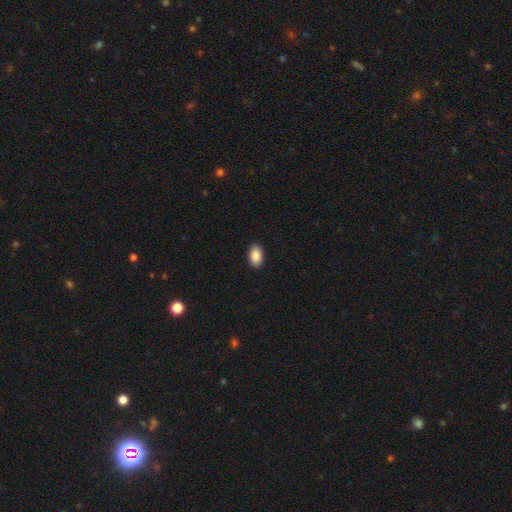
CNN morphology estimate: The model was most divided on "smooth or featured": smooth: 90%, star or artifact: 7%, featured or disk: 4%. More confident: how rounded — in between (94%); merging — none (90%).